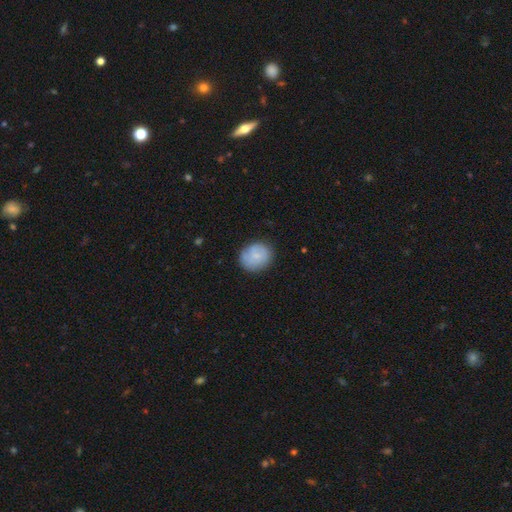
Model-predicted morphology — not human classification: A smooth galaxy with no disk features (75%) that is round (69%).

Vote fractions:
- Smooth or featured? smooth: 75% / featured or disk: 18% / star or artifact: 7%
- How rounded? round: 69% / in between: 30% / cigar-shaped: 1%
- Merging? none: 79% / minor disturbance: 15% / major disturbance: 4% / merger: 1%